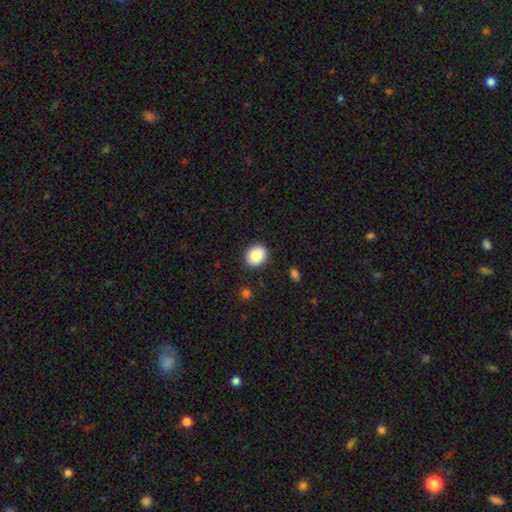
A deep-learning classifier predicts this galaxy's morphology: Smooth or featured?
  - smooth: 86% *
  - star or artifact: 8%
  - featured or disk: 6%
How rounded?
  - round: 73% *
  - in between: 26%
  - cigar-shaped: 1%
Merging?
  - none: 88% *
  - minor disturbance: 8%
  - major disturbance: 2%
  - merger: 1%